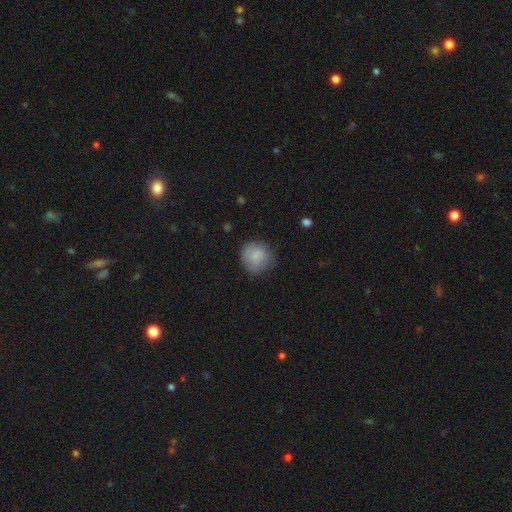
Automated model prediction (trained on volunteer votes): smooth_or_featured: smooth (p=0.81) [alt: featured or disk p=0.12]
how_rounded: round (p=0.87) [alt: in between p=0.12]
merging: none (p=0.75) [alt: minor disturbance p=0.18]